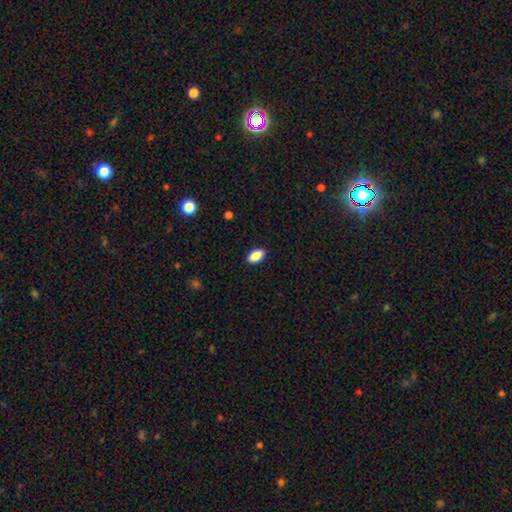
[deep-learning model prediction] This appears to be a smooth galaxy with no disk features (89%) that is in between round and cigar-shaped (93%). Merging: none (89%).